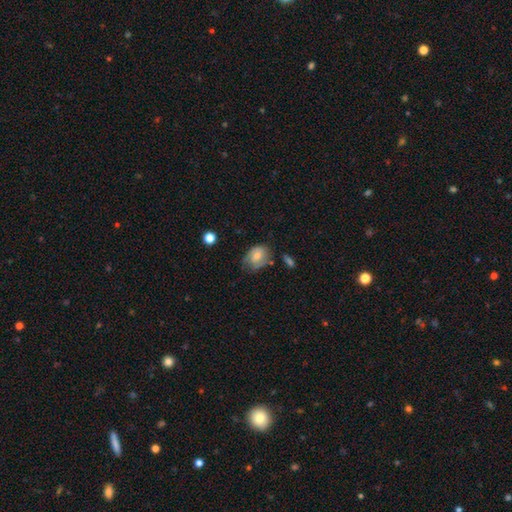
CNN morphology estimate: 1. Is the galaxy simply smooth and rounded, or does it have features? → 64% smooth, 28% featured or disk, 8% star or artifact.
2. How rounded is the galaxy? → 65% in between, 34% round, 1% cigar-shaped.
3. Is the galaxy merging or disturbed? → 46% none, 35% minor disturbance, 15% major disturbance, 4% merger.